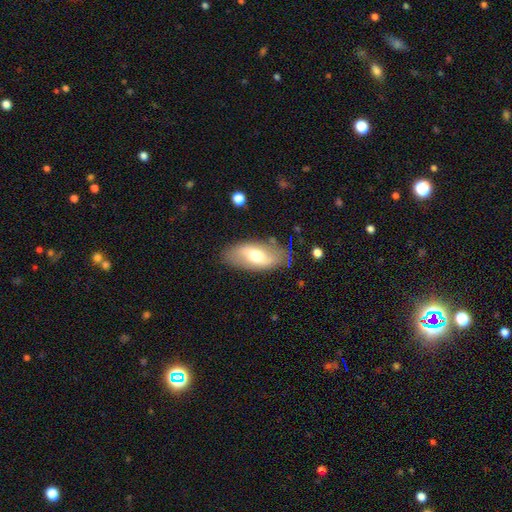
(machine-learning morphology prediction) Overall: smooth (53%; featured or disk 40%). How rounded: in between (89%). Merging: none (78%).